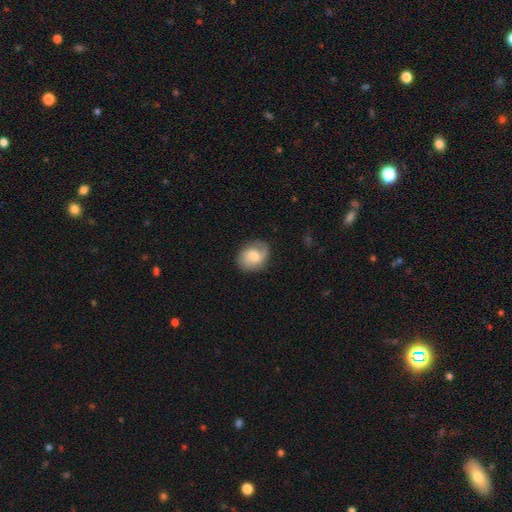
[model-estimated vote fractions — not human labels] A featured or disk galaxy (47%). Merging: none (72%).